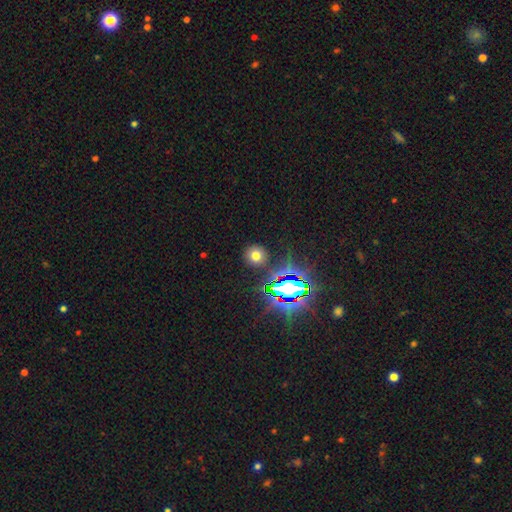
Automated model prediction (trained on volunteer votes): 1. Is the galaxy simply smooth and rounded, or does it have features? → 66% smooth, 25% star or artifact, 9% featured or disk.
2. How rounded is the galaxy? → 91% round, 8% in between, 1% cigar-shaped.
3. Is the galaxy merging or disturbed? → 88% none, 7% minor disturbance, 3% major disturbance, 2% merger.